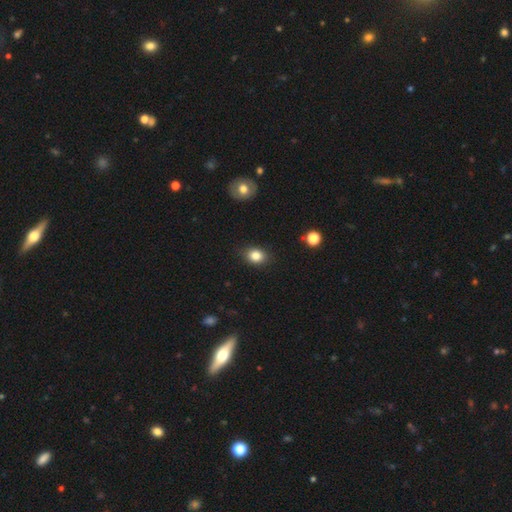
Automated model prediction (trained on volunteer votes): Overall: smooth (83%). How rounded: in between (58%; round 41%). Merging: none (85%).